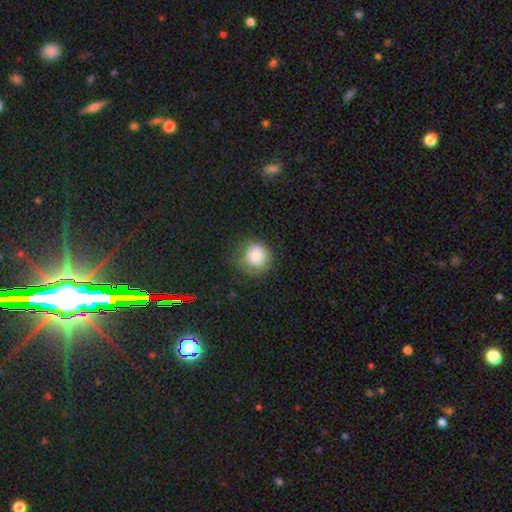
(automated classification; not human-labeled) Smooth or featured? Predicted: smooth (p=0.81). How rounded? Predicted: round (p=0.89). Merging? Predicted: none (p=0.67).